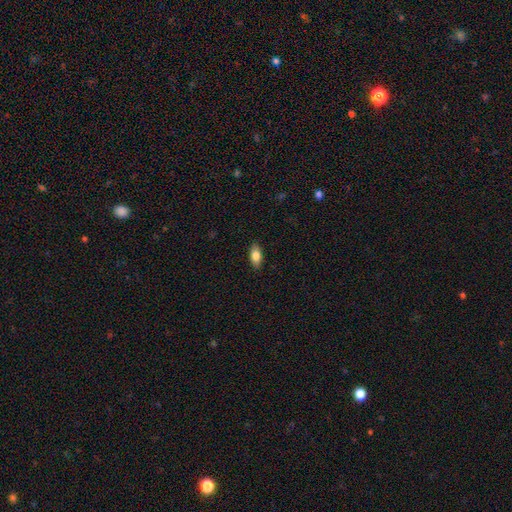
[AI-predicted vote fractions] Smooth or featured? Predicted: smooth (p=0.82). How rounded? Predicted: in between (p=0.89). Merging? Predicted: none (p=0.88).